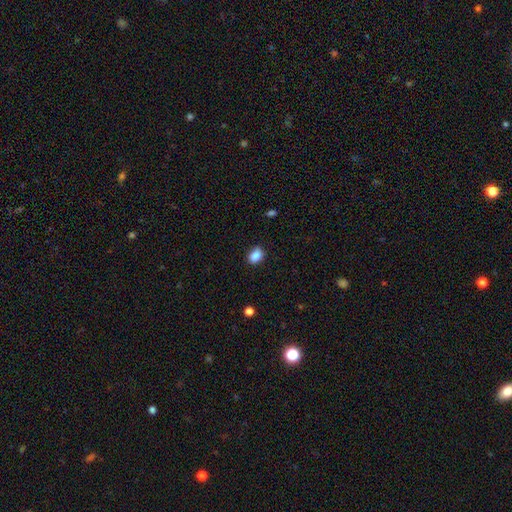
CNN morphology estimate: smooth_or_featured: smooth (p=0.86) [alt: star or artifact p=0.09]
how_rounded: in between (p=0.64) [alt: round p=0.35]
merging: none (p=0.84) [alt: minor disturbance p=0.12]